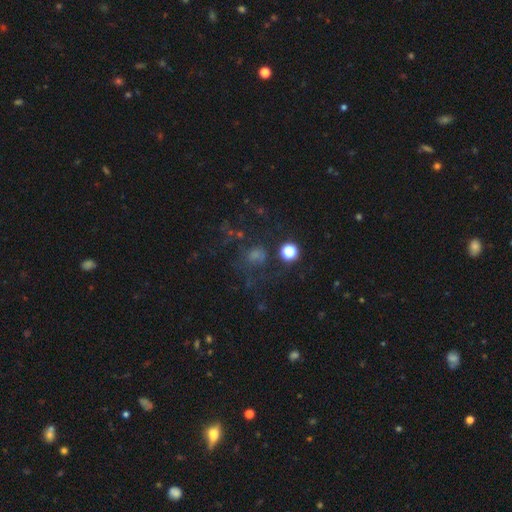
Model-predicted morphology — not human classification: A smooth galaxy with no disk features (52%) that is round (74%). Merging: none (50%).